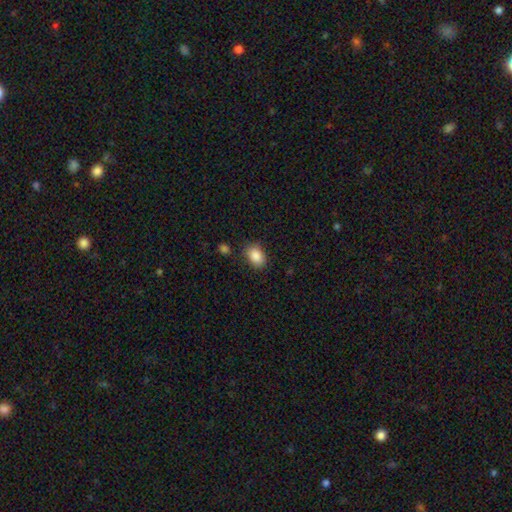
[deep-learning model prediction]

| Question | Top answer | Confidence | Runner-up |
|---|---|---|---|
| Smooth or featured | smooth | 87% | star or artifact (8%) |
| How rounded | in between | 78% | round (21%) |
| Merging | none | 80% | minor disturbance (13%) |